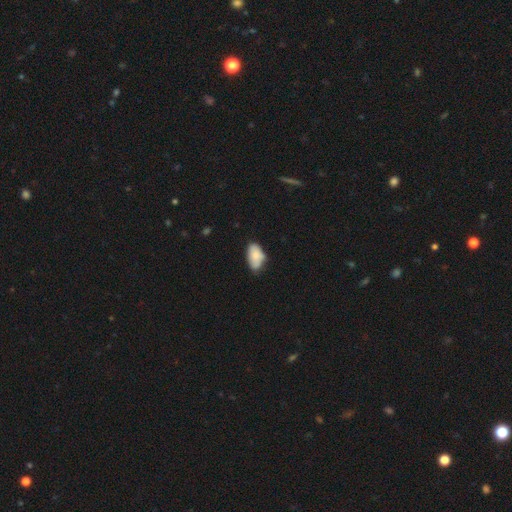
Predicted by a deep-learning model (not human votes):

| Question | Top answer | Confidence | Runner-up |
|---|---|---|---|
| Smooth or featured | smooth | 80% | featured or disk (13%) |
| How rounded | in between | 93% | round (5%) |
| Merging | none | 58% | minor disturbance (33%) |